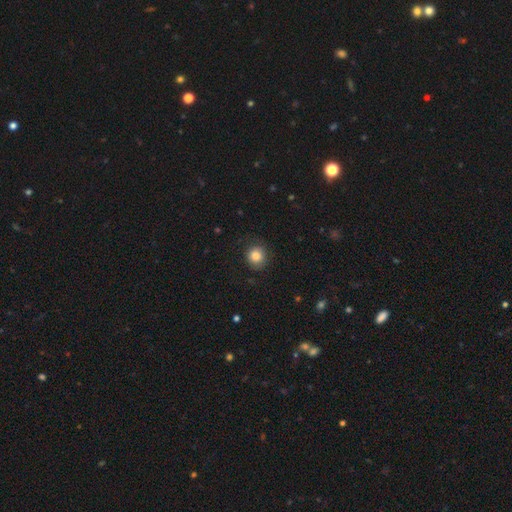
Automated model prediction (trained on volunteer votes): A smooth galaxy with no disk features (84%) that is round (90%).

Vote fractions:
- Smooth or featured? smooth: 84% / star or artifact: 10% / featured or disk: 6%
- How rounded? round: 90% / in between: 10% / cigar-shaped: 1%
- Merging? none: 84% / minor disturbance: 11% / major disturbance: 4% / merger: 1%